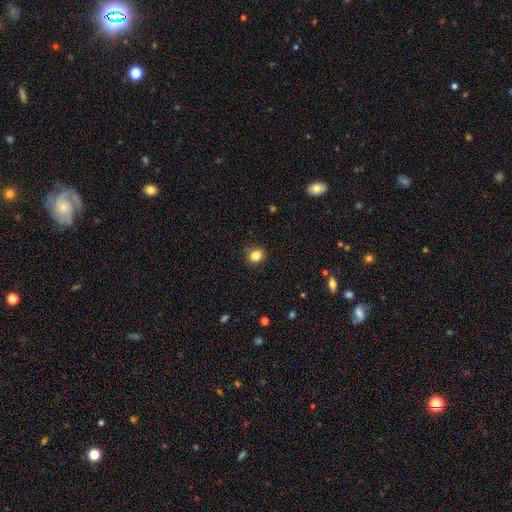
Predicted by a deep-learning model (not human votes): This is clearly a smooth galaxy (85%). How rounded: possibly round (59%). Merging: clearly none (86%).